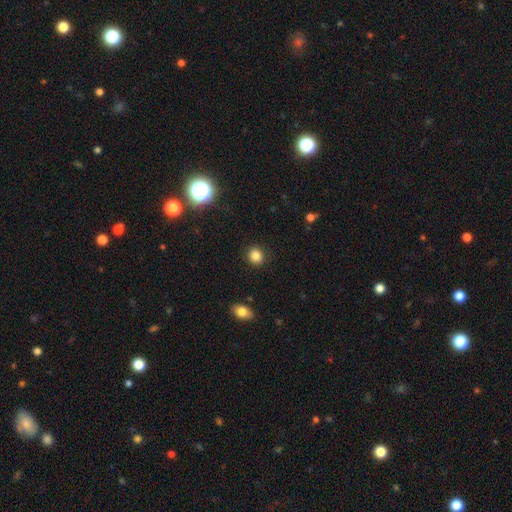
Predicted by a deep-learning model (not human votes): This is clearly a smooth galaxy (84%). How rounded: clearly round (84%). Merging: clearly none (90%).